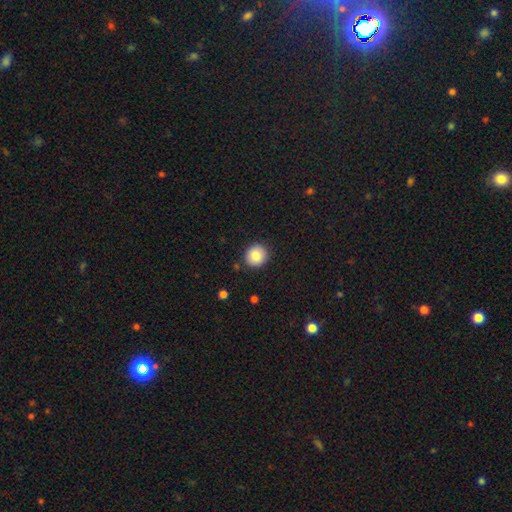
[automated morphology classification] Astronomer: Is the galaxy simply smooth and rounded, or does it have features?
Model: smooth — 85%.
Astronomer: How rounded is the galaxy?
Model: round — 90%.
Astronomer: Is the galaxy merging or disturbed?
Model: none — 90%.